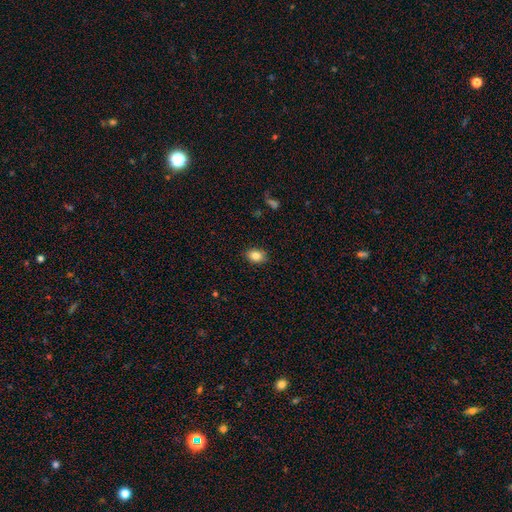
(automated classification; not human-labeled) smooth 84%, star or artifact 9%, featured or disk 7%. Down the decision tree: how rounded — in between (77%); merging — none (88%).